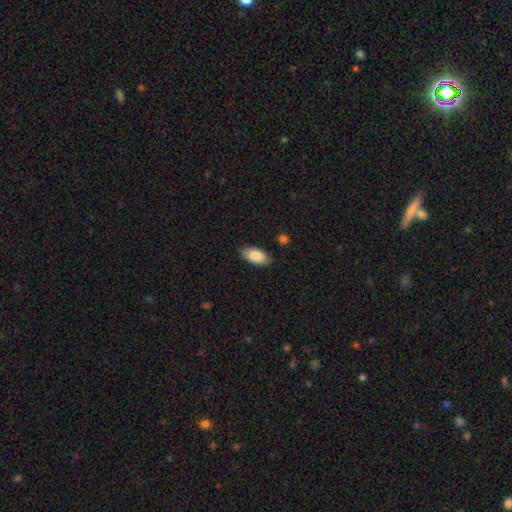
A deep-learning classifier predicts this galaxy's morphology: smooth_or_featured: smooth (p=0.87) [alt: featured or disk p=0.07]
how_rounded: in between (p=0.93) [alt: cigar-shaped p=0.05]
merging: none (p=0.82) [alt: minor disturbance p=0.14]